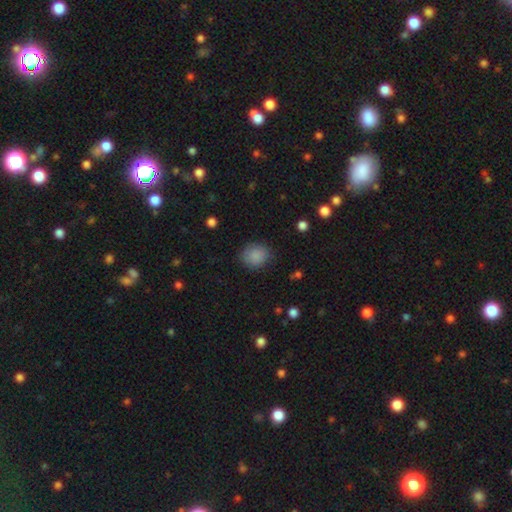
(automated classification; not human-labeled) Overall: smooth (86%). How rounded: round (74%). Merging: none (81%).